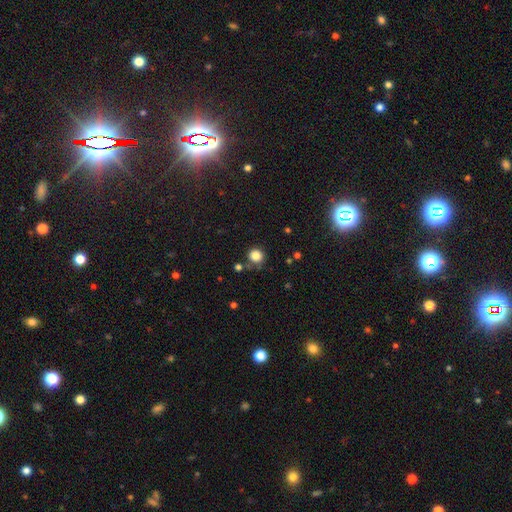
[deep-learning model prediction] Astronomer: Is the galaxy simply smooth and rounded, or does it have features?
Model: smooth — 84%.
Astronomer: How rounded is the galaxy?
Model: round — 89%.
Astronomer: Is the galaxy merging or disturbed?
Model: none — 76%.